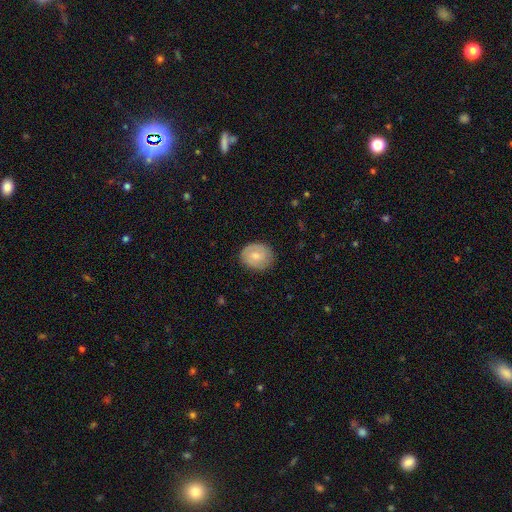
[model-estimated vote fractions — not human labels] Overall: smooth (59%; featured or disk 35%). How rounded: round (66%; in between 33%). Merging: none (83%).